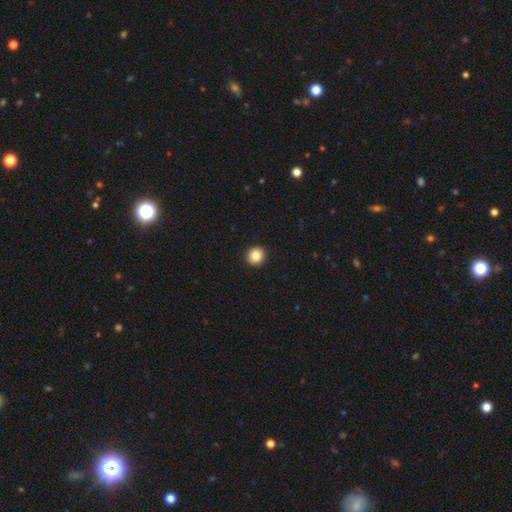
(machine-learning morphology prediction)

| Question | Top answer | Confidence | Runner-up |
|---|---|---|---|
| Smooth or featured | smooth | 85% | star or artifact (9%) |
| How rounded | round | 92% | in between (7%) |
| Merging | none | 94% | minor disturbance (4%) |